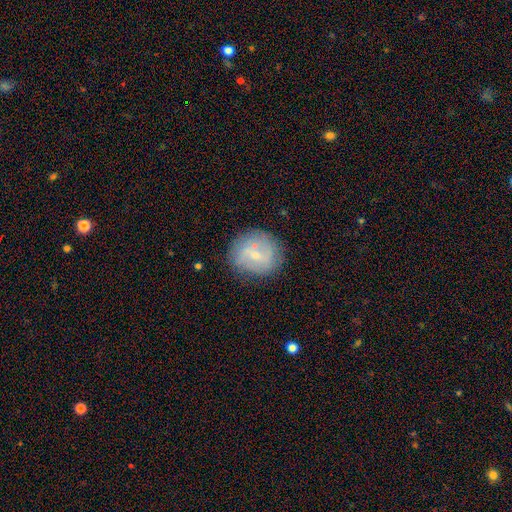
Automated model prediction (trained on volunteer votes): A featured or disk galaxy (47%). Merging: none (73%).